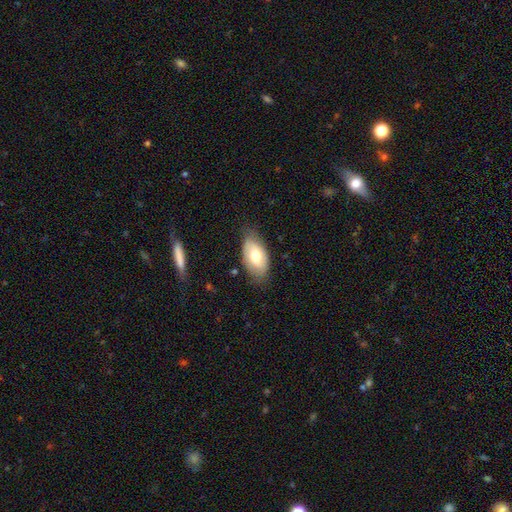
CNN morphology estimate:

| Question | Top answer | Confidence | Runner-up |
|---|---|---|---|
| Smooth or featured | smooth | 64% | featured or disk (29%) |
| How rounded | in between | 94% | round (4%) |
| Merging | none | 72% | minor disturbance (22%) |